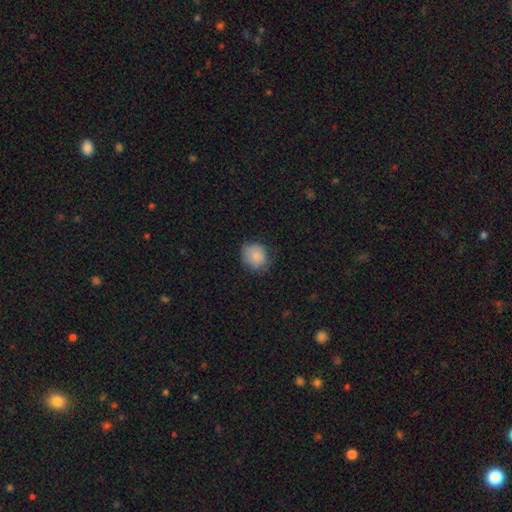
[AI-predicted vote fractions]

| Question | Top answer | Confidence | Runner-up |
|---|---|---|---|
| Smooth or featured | smooth | 85% | star or artifact (8%) |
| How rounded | round | 74% | in between (25%) |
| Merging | none | 72% | minor disturbance (22%) |